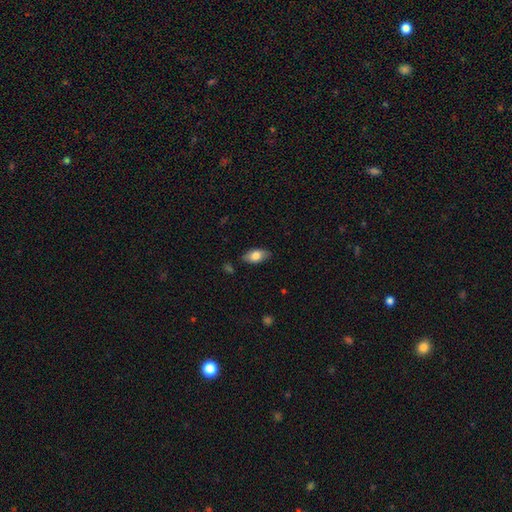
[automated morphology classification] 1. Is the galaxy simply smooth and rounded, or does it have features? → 77% smooth, 17% featured or disk, 7% star or artifact.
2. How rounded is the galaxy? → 91% in between, 4% cigar-shaped, 4% round.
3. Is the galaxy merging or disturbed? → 83% none, 13% minor disturbance, 2% major disturbance, 2% merger.